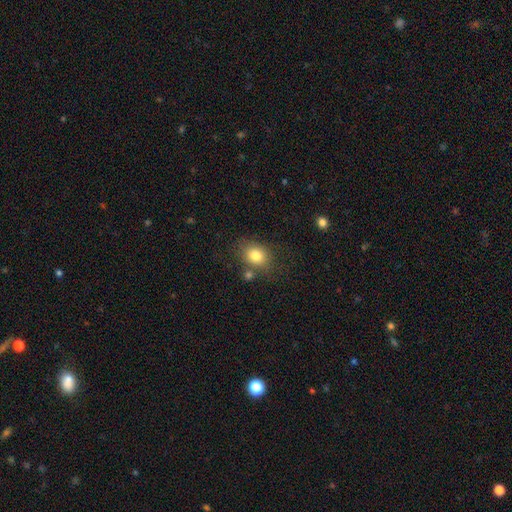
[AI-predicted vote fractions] Overall: smooth (82%). How rounded: round (51%; in between 48%). Merging: none (71%).